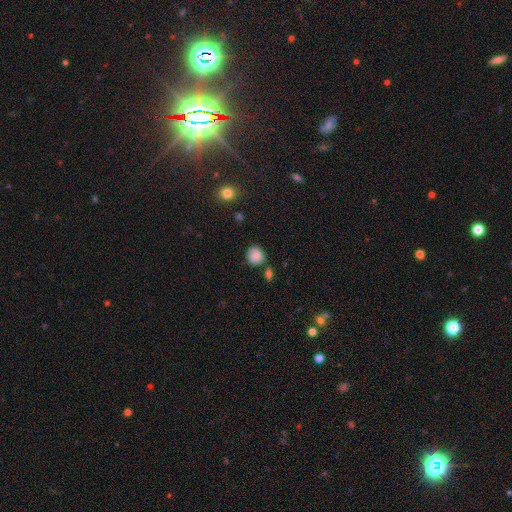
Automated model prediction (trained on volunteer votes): Smooth or featured: smooth — 85% (star or artifact — 9%)
How rounded: round — 80% (in between — 19%)
Merging: none — 74% (minor disturbance — 15%)